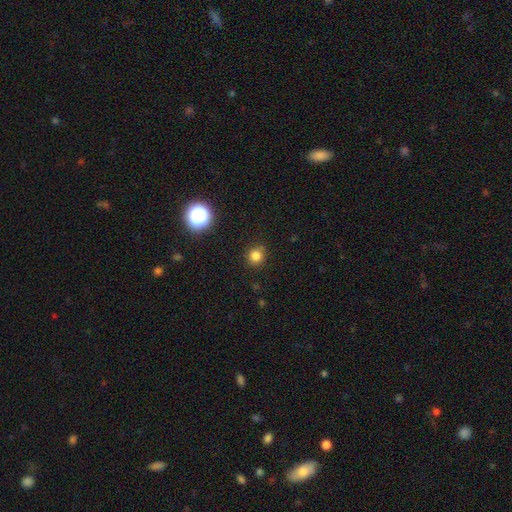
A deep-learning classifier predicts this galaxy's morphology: Smooth or featured? Predicted: smooth (p=0.80). How rounded? Predicted: round (p=0.91). Merging? Predicted: none (p=0.84).